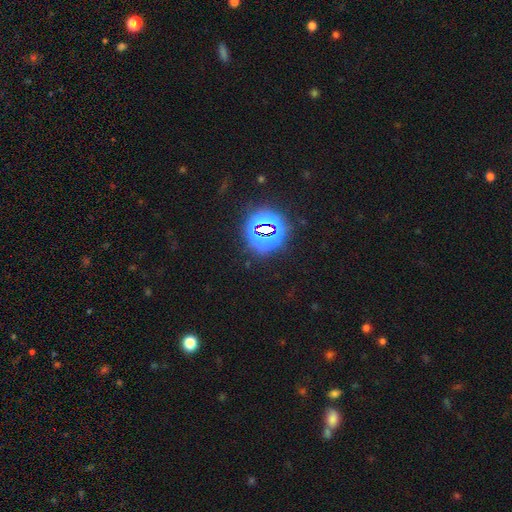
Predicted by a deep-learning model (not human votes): smooth-or-featured: star or artifact: 80% | smooth: 13% | featured or disk: 7%